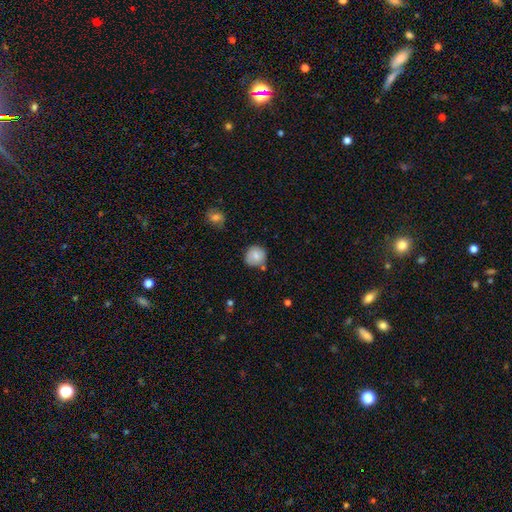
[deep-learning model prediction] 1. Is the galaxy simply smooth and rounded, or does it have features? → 79% smooth, 13% featured or disk, 8% star or artifact.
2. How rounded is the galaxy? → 92% round, 7% in between, 1% cigar-shaped.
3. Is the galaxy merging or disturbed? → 75% none, 18% minor disturbance, 5% merger, 3% major disturbance.